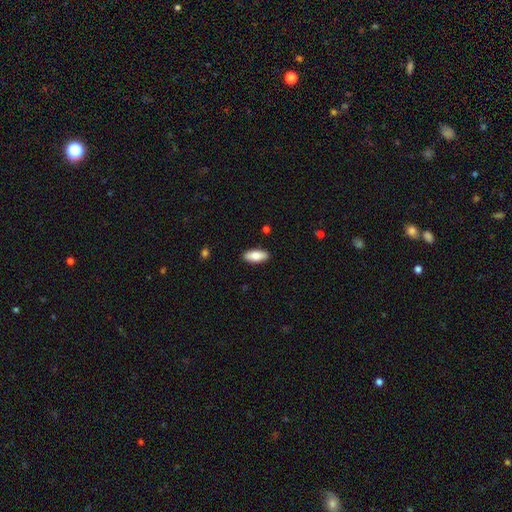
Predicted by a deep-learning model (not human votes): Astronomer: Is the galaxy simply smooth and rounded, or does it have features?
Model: smooth — 81%.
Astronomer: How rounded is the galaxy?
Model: in between — 84%.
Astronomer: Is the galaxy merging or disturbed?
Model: none — 90%.